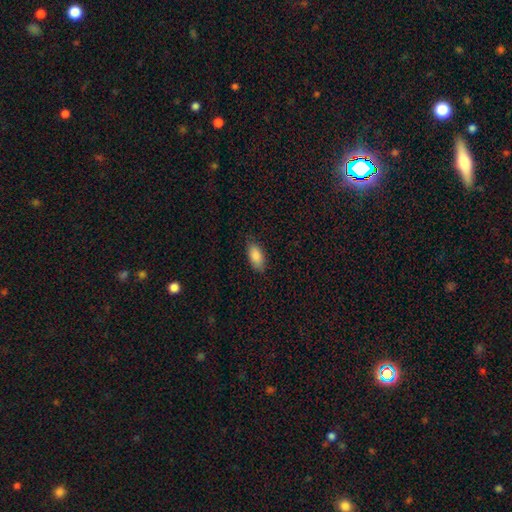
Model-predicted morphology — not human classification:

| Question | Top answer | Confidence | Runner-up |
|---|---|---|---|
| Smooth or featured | smooth | 88% | star or artifact (7%) |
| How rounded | in between | 89% | cigar-shaped (9%) |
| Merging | none | 83% | minor disturbance (13%) |